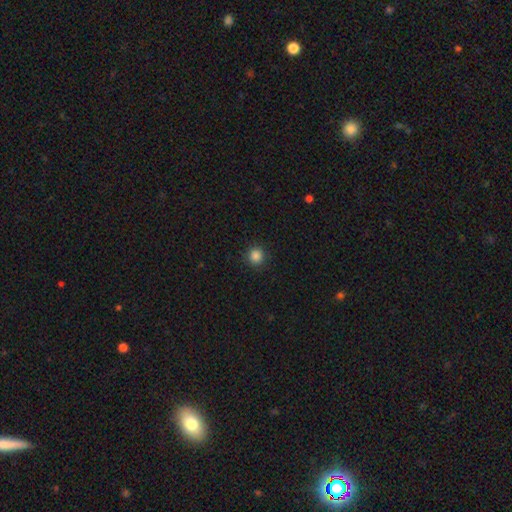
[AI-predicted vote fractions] smooth_or_featured: smooth (p=0.86) [alt: star or artifact p=0.11]
how_rounded: round (p=0.94) [alt: in between p=0.05]
merging: none (p=0.91) [alt: minor disturbance p=0.06]